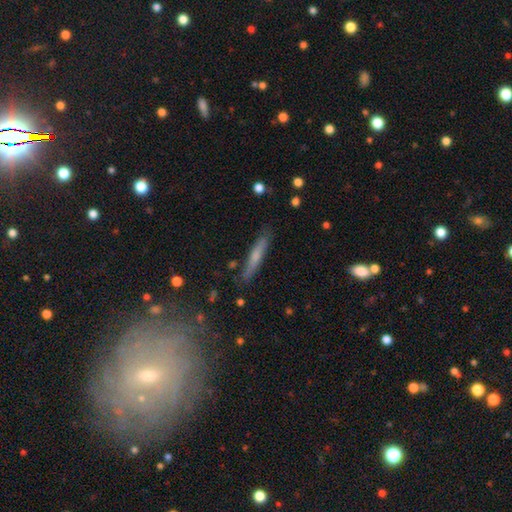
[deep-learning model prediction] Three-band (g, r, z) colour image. It shows a smooth galaxy with no disk features (58%) that is cigar-shaped (93%). Merging: none (85%).